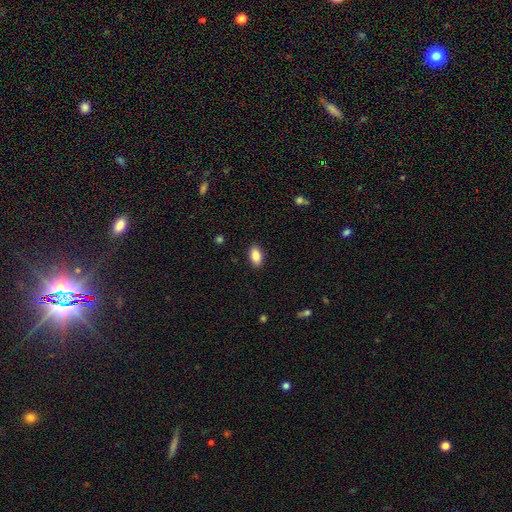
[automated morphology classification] Smooth or featured? smooth (88%)
How rounded? in between (93%)
Merging? none (89%)